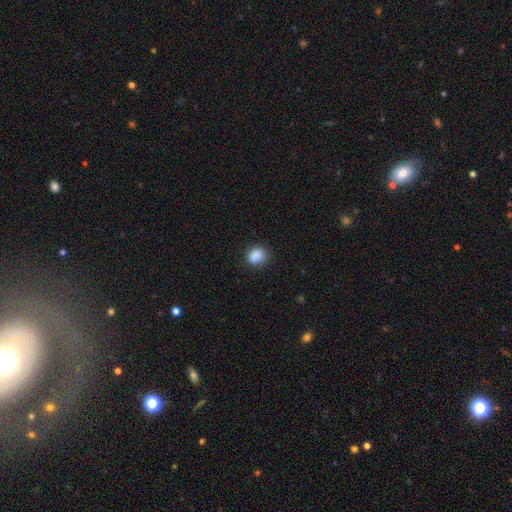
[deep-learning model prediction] A smooth galaxy with no disk features (84%) that is round (57%).

Vote fractions:
- Smooth or featured? smooth: 84% / star or artifact: 10% / featured or disk: 6%
- How rounded? round: 57% / in between: 41% / cigar-shaped: 1%
- Merging? none: 67% / minor disturbance: 21% / merger: 7% / major disturbance: 6%